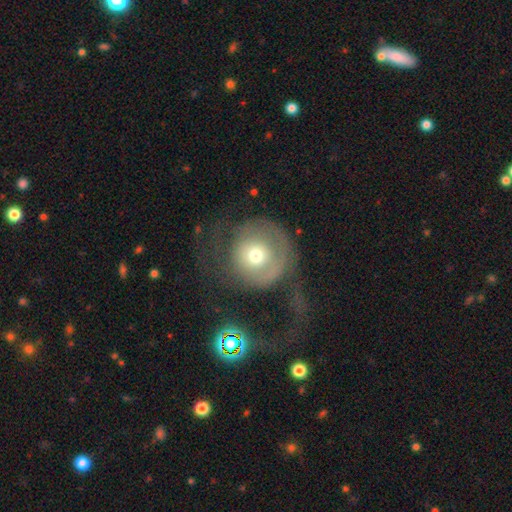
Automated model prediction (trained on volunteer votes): A smooth galaxy with no disk features (49%).

Vote fractions:
- Smooth or featured? smooth: 49% / featured or disk: 41% / star or artifact: 9%
- Merging? major disturbance: 45% / none: 36% / minor disturbance: 16% / merger: 3%